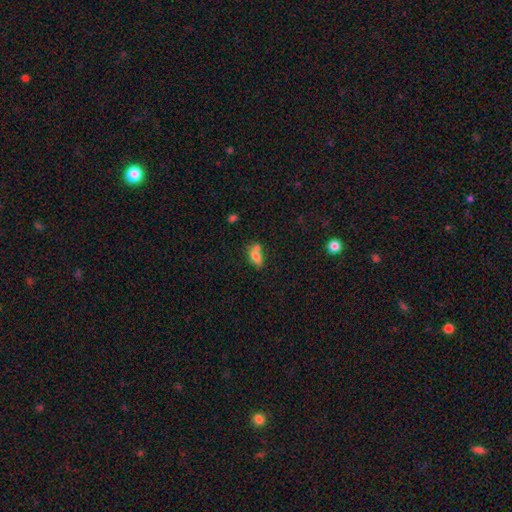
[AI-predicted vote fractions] A smooth galaxy with no disk features (76%) that is in between round and cigar-shaped (84%). Merging: merger (39%, tied with none).